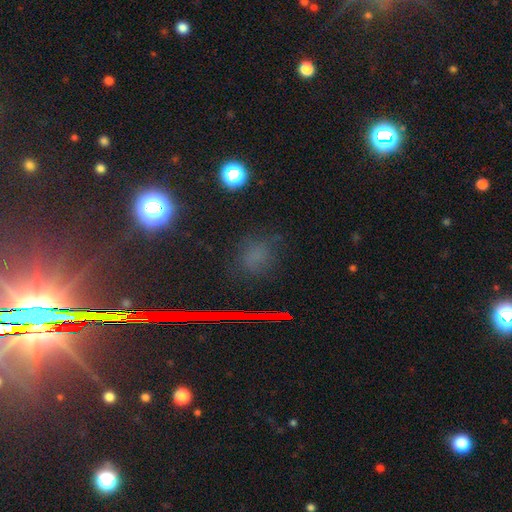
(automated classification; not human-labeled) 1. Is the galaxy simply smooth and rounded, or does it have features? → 49% smooth, 42% star or artifact, 9% featured or disk.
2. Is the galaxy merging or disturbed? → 79% none, 14% minor disturbance, 5% major disturbance, 2% merger.